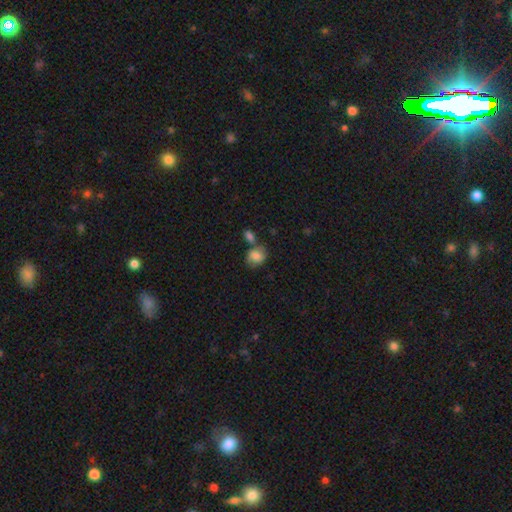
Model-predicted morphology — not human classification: The model was most divided on "how rounded": round: 53%, in between: 46%, cigar-shaped: 1%. More confident: smooth or featured — smooth (83%); merging — none (53%).